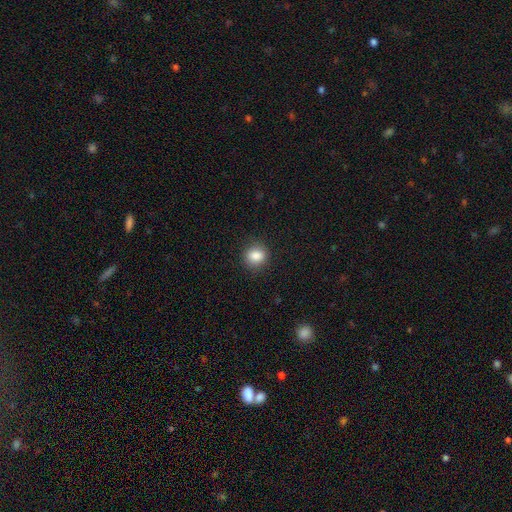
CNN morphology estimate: This is clearly a smooth galaxy (86%). How rounded: likely round (72%). Merging: clearly none (87%).